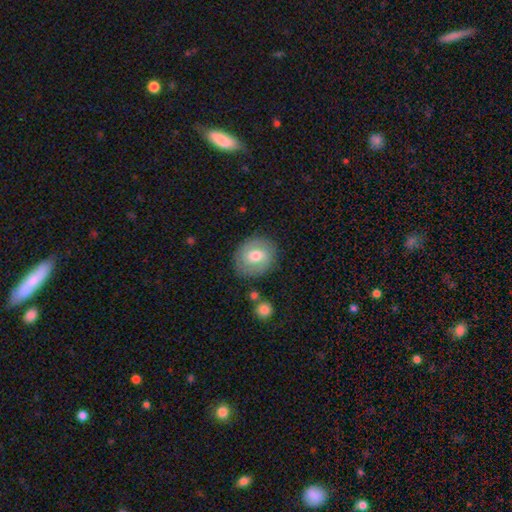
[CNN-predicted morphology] smooth_or_featured: smooth (p=0.55) [alt: featured or disk p=0.37]
how_rounded: round (p=0.70) [alt: in between p=0.29]
merging: none (p=0.81) [alt: minor disturbance p=0.13]